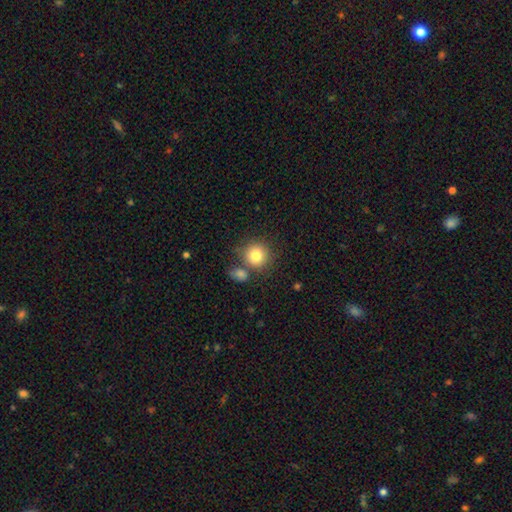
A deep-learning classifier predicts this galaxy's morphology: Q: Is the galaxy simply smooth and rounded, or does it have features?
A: smooth — 82%.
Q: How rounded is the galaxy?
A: round — 90%.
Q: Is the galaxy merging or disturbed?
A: none — 70%.